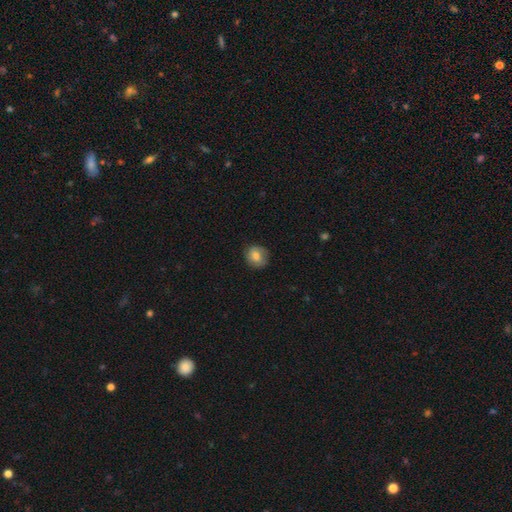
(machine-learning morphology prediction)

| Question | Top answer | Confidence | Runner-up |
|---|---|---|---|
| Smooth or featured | smooth | 77% | featured or disk (15%) |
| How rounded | round | 79% | in between (20%) |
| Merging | none | 82% | minor disturbance (14%) |